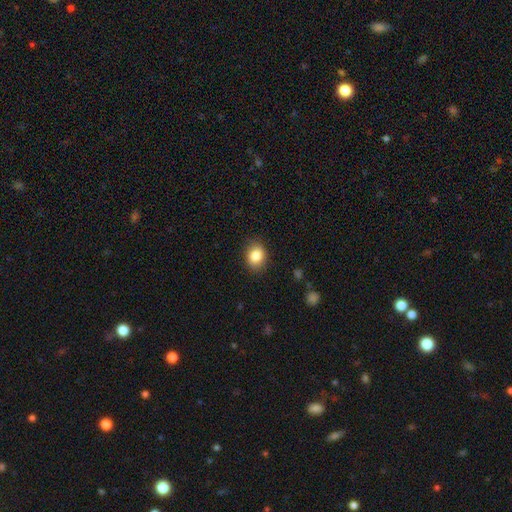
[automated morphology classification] A smooth galaxy with no disk features (86%) that is in between round and cigar-shaped (53%). Merging: none (86%).